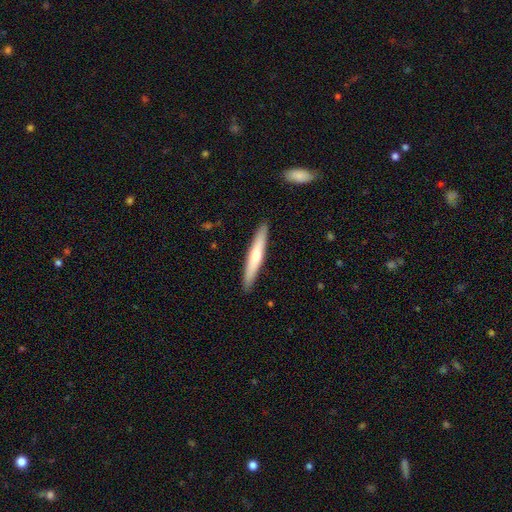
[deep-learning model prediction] smooth_or_featured: smooth (p=0.55) [alt: featured or disk p=0.40]
how_rounded: cigar-shaped (p=0.94) [alt: in between p=0.05]
merging: none (p=0.91) [alt: minor disturbance p=0.07]